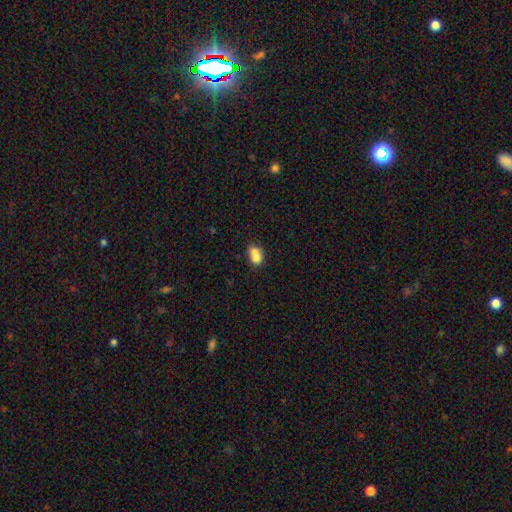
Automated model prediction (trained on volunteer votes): Smooth or featured?
  - smooth: 72% *
  - featured or disk: 18%
  - star or artifact: 10%
How rounded?
  - in between: 49% * (tied)
  - round: 49% * (tied)
  - cigar-shaped: 1%
Merging?
  - merger: 58% *
  - none: 28%
  - minor disturbance: 10%
  - major disturbance: 4%